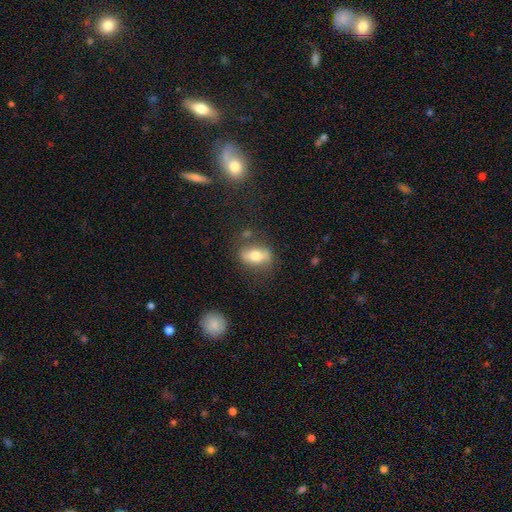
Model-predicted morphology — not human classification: The model was most divided on "smooth or featured": smooth: 62%, featured or disk: 30%, star or artifact: 8%. More confident: how rounded — in between (78%); merging — none (72%).